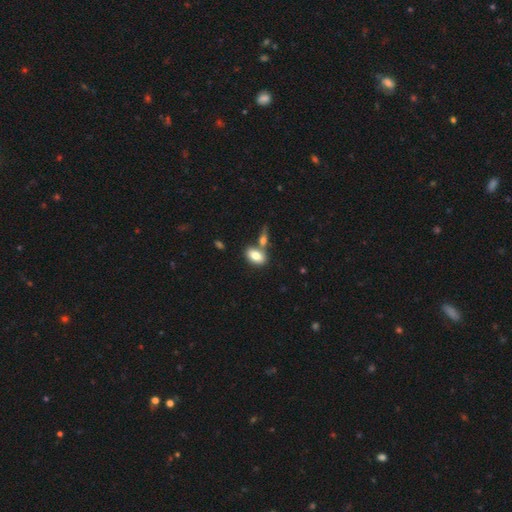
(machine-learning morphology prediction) Smooth or featured? Predicted: smooth (p=0.80). How rounded? Predicted: in between (p=0.90). Merging? Predicted: none (p=0.55).